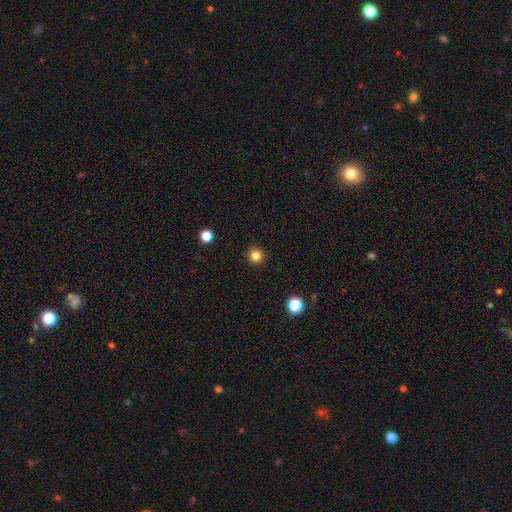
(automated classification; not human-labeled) Overall: smooth (83%). How rounded: round (95%). Merging: none (93%).